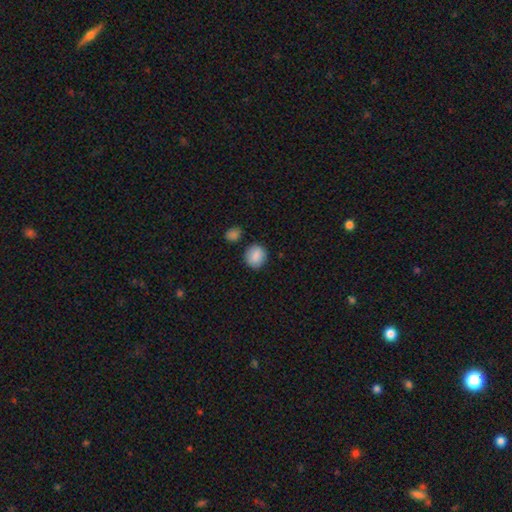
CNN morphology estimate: A smooth galaxy with no disk features (87%) that is round (78%).

Vote fractions:
- Smooth or featured? smooth: 87% / star or artifact: 8% / featured or disk: 5%
- How rounded? round: 78% / in between: 21% / cigar-shaped: 1%
- Merging? none: 82% / minor disturbance: 10% / merger: 5% / major disturbance: 3%